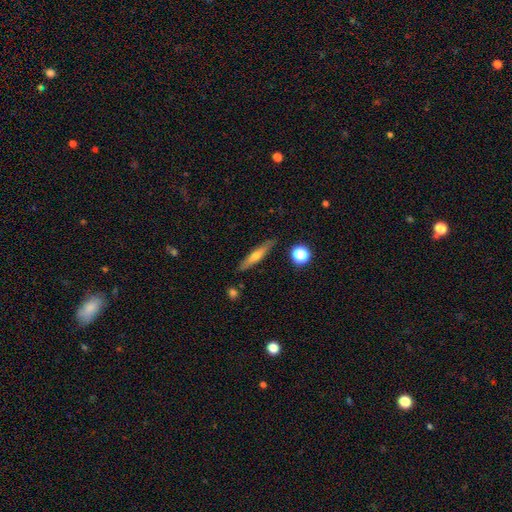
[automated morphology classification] A featured or disk galaxy (46%, tied with smooth).

Vote fractions:
- Smooth or featured? featured or disk: 46% (tied) / smooth: 46% (tied) / star or artifact: 8%
- Merging? none: 87% / minor disturbance: 9% / merger: 2% / major disturbance: 2%